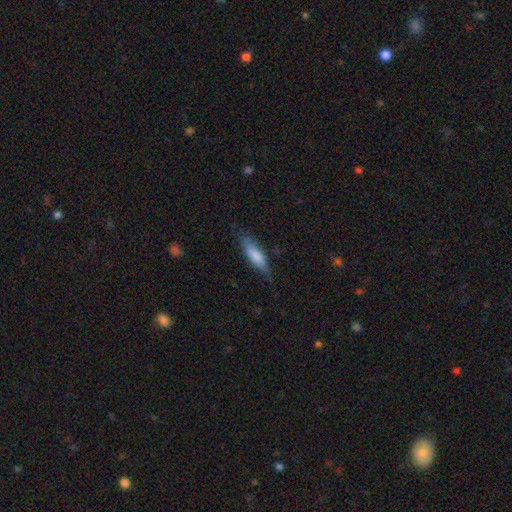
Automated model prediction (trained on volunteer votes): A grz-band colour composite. It shows a smooth galaxy with no disk features (76%) that is cigar-shaped (53%). Merging: none (69%).